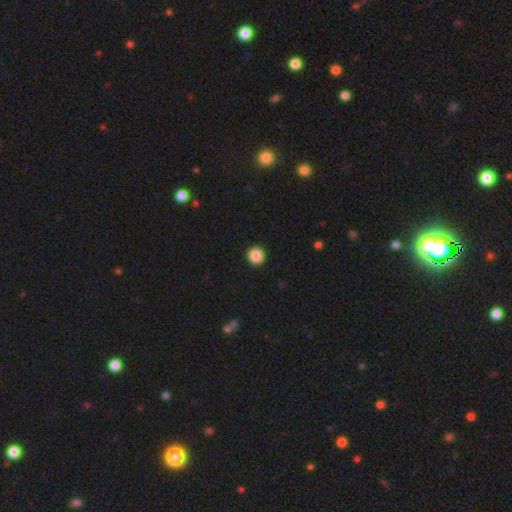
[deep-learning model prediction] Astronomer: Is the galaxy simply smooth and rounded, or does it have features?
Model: smooth — 87%.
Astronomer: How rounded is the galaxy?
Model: round — 95%.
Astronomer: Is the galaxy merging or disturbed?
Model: none — 93%.